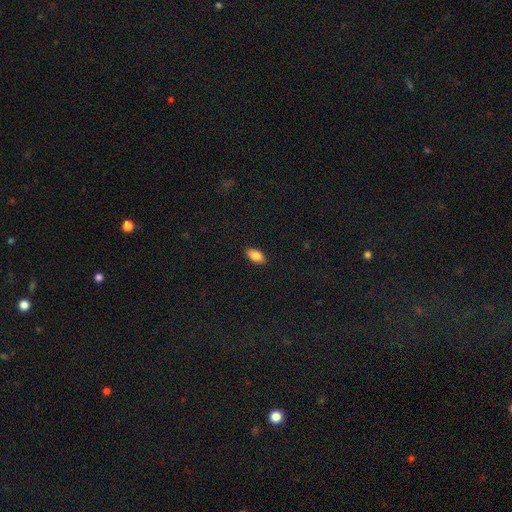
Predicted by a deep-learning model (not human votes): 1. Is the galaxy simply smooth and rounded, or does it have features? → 83% smooth, 10% featured or disk, 7% star or artifact.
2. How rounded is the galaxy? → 92% in between, 5% cigar-shaped, 3% round.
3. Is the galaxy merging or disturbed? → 90% none, 8% minor disturbance, 2% major disturbance, 1% merger.